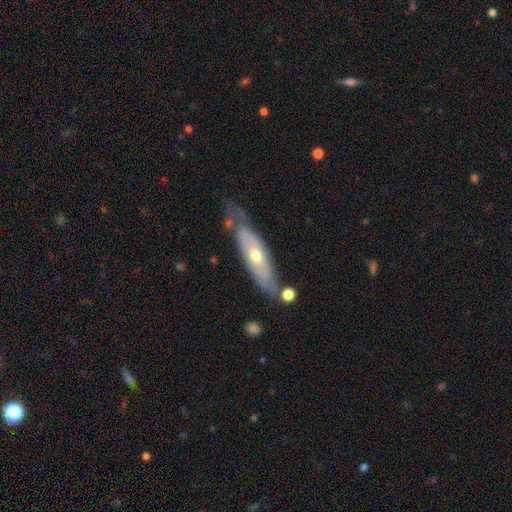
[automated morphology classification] featured or disk 60%, smooth 34%, star or artifact 6%. Down the decision tree: edge-on disk — no (60%); merging — none (60%).